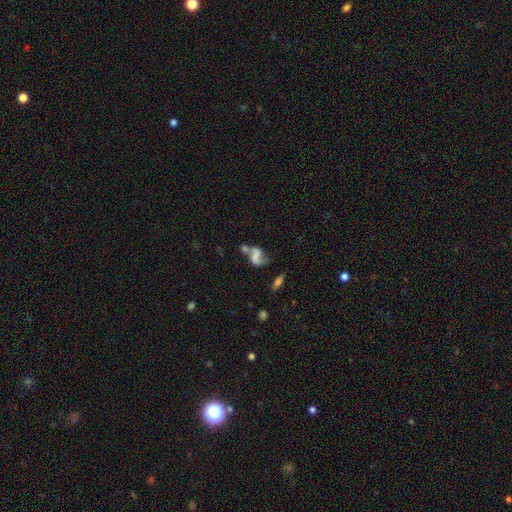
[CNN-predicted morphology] Smooth or featured: featured or disk — 47% (smooth — 39%)
Merging: merger — 37% (none — 29%)